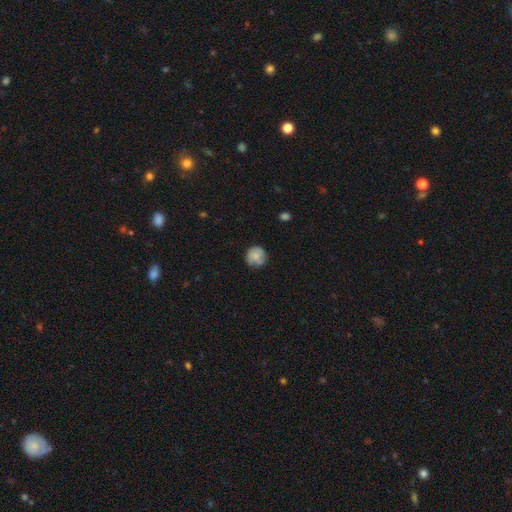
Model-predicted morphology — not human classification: Smooth or featured?
  - smooth: 69% *
  - featured or disk: 23%
  - star or artifact: 8%
How rounded?
  - round: 85% *
  - in between: 14%
  - cigar-shaped: 1%
Merging?
  - none: 61% *
  - minor disturbance: 27%
  - major disturbance: 8%
  - merger: 4%